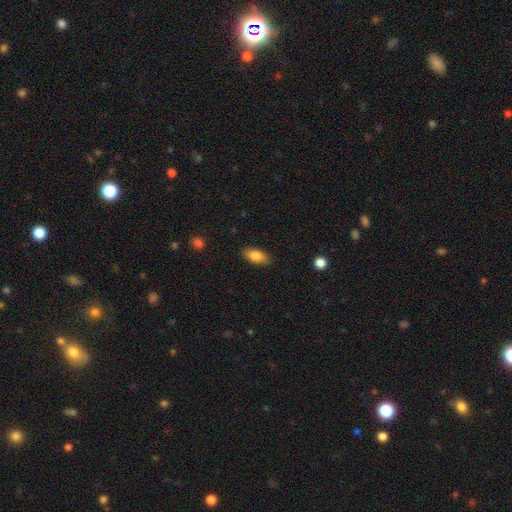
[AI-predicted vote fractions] Smooth or featured: smooth — 84% (featured or disk — 9%)
How rounded: in between — 89% (cigar-shaped — 8%)
Merging: none — 86% (minor disturbance — 10%)